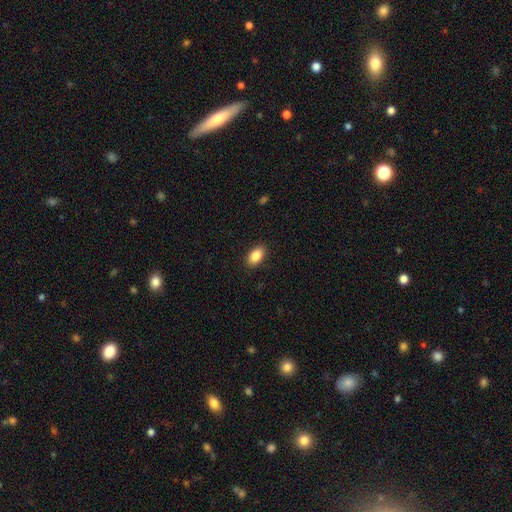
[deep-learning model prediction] smooth 87%, star or artifact 8%, featured or disk 5%. Down the decision tree: how rounded — in between (91%); merging — none (90%).